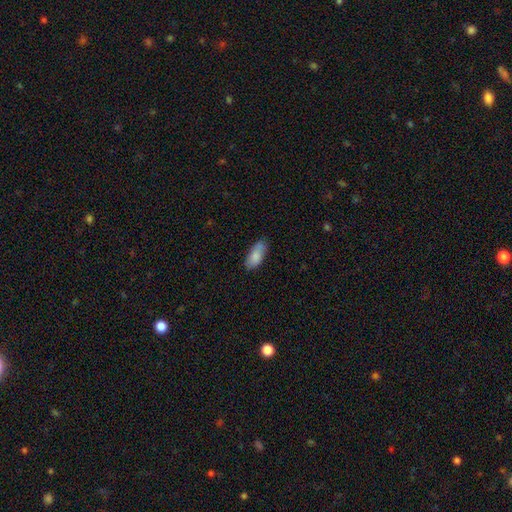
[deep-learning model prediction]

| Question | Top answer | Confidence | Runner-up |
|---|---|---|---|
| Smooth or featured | smooth | 83% | featured or disk (11%) |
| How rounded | in between | 85% | cigar-shaped (13%) |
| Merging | none | 72% | minor disturbance (22%) |